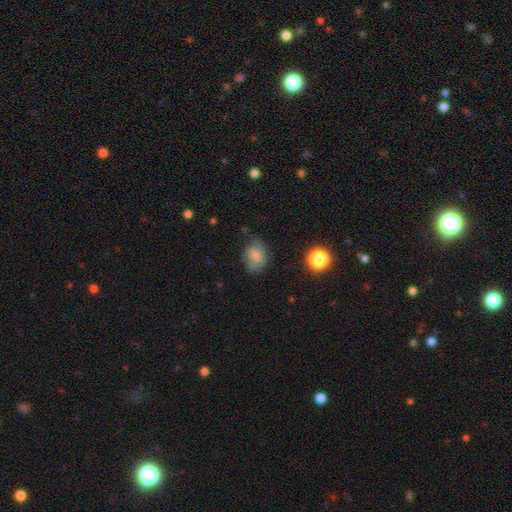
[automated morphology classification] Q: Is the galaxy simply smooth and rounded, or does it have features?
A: smooth — 72%.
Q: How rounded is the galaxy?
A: in between — 69%.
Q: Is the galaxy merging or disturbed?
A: none — 51%.